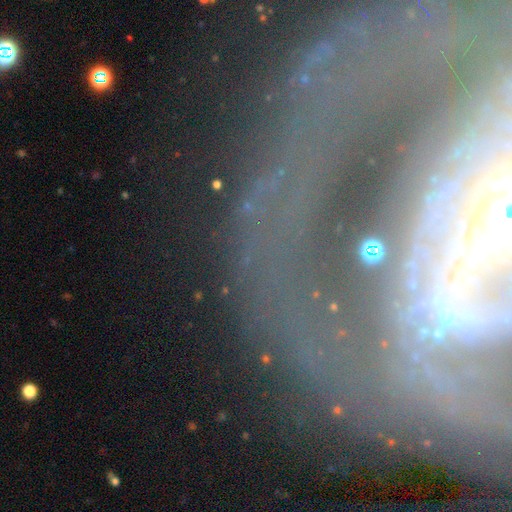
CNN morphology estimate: Overall: featured or disk (74%). Edge-on disk: no (88%). Bar: strong (42%; no 32%). Spiral arms: yes (76%). Bulge size: moderate (49%; small 27%). Merging: none (61%).